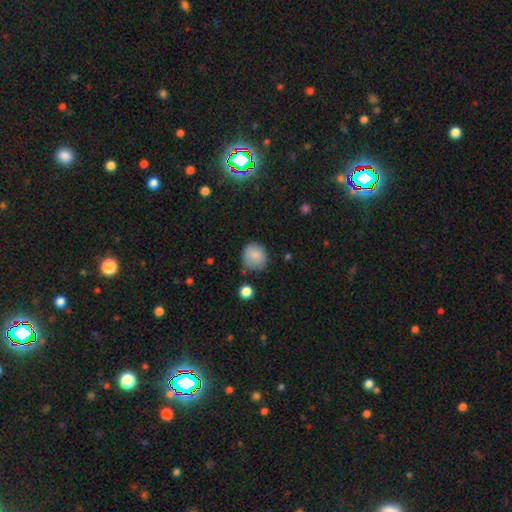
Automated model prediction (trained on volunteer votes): smooth_or_featured: smooth (p=0.85) [alt: star or artifact p=0.09]
how_rounded: round (p=0.84) [alt: in between p=0.15]
merging: none (p=0.72) [alt: minor disturbance p=0.20]